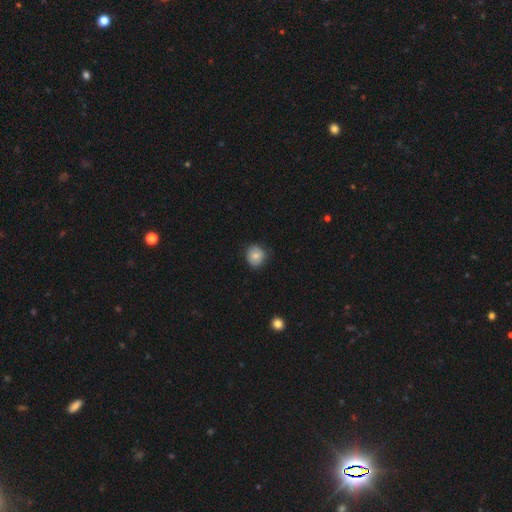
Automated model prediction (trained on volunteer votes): Morphology: type=smooth (79%); roundness=round (85%); merging=none (82%).